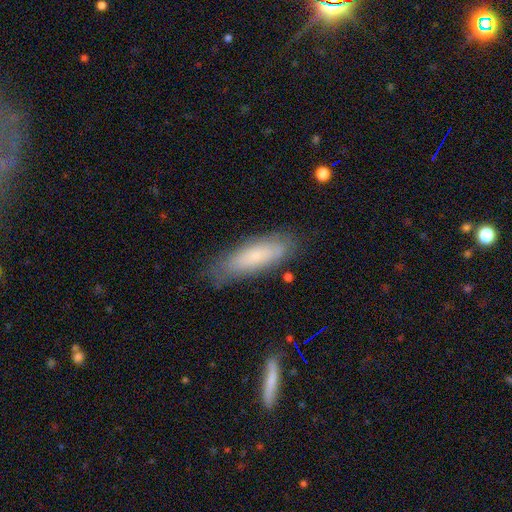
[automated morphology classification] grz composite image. It shows a smooth galaxy with no disk features (65%) that is in between round and cigar-shaped (50%). Merging: none (74%).